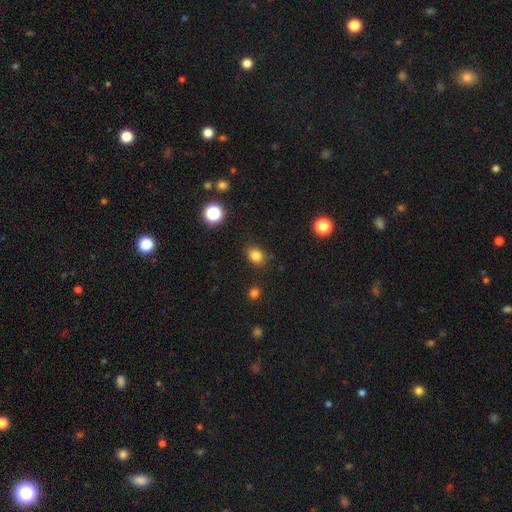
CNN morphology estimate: Smooth or featured?
  - smooth: 82% *
  - star or artifact: 12%
  - featured or disk: 6%
How rounded?
  - in between: 60% *
  - round: 39%
  - cigar-shaped: 1%
Merging?
  - none: 84% *
  - minor disturbance: 11%
  - major disturbance: 3%
  - merger: 2%